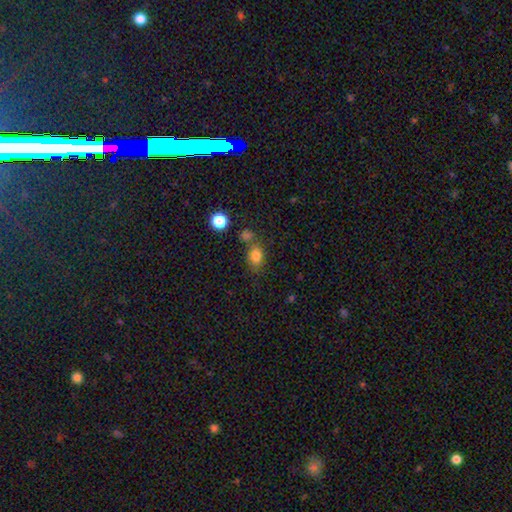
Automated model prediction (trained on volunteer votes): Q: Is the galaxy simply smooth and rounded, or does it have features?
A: smooth — 80%.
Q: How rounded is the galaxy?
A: in between — 60%.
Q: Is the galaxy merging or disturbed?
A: none — 65%.